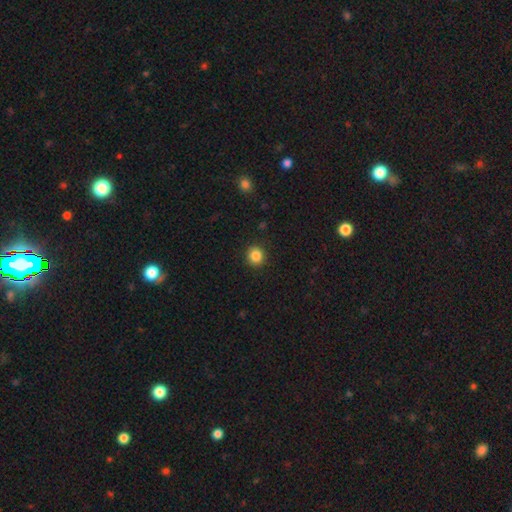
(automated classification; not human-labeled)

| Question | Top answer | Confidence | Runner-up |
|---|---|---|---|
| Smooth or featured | smooth | 86% | star or artifact (10%) |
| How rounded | round | 90% | in between (9%) |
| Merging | none | 91% | minor disturbance (6%) |